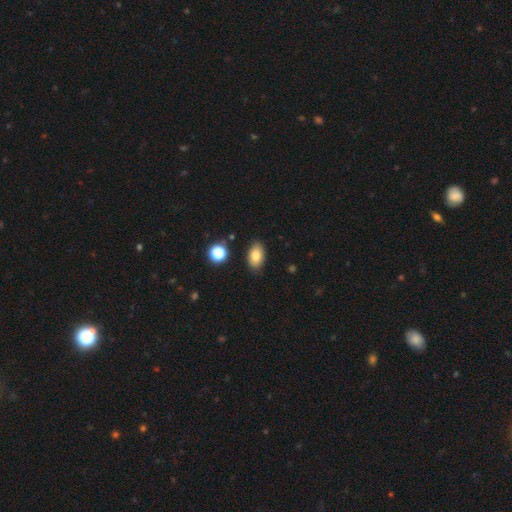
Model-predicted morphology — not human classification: smooth_or_featured: smooth (p=0.82) [alt: star or artifact p=0.09]
how_rounded: in between (p=0.90) [alt: round p=0.08]
merging: none (p=0.86) [alt: minor disturbance p=0.10]